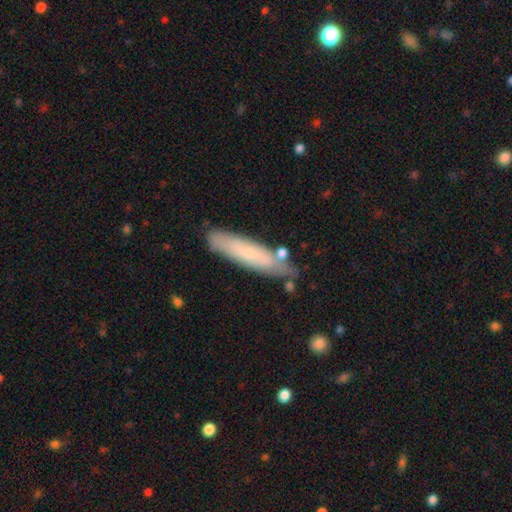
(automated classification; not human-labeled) smooth-or-featured: smooth: 64% | featured or disk: 29% | star or artifact: 7%
  how-rounded: cigar-shaped: 81% | in between: 18% | round: 1%
  merging: none: 75% | minor disturbance: 17% | merger: 5% | major disturbance: 3%